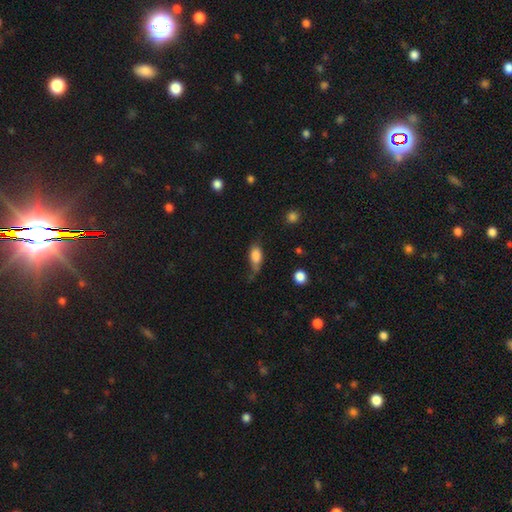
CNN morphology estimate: smooth_or_featured: smooth (p=0.80) [alt: featured or disk p=0.12]
how_rounded: in between (p=0.85) [alt: cigar-shaped p=0.08]
merging: none (p=0.41) [alt: minor disturbance p=0.37]